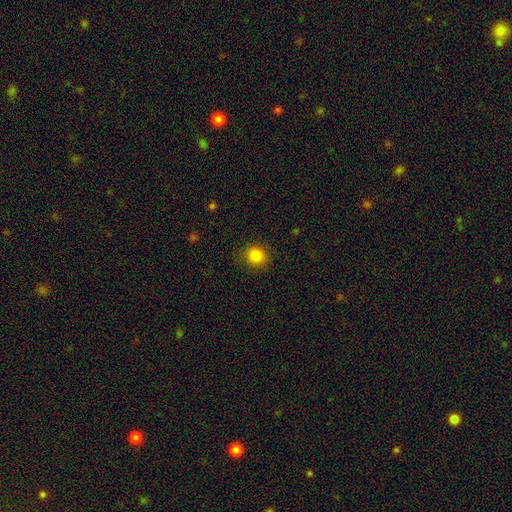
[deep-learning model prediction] This is clearly a smooth galaxy (85%). How rounded: clearly round (89%). Merging: clearly none (89%).